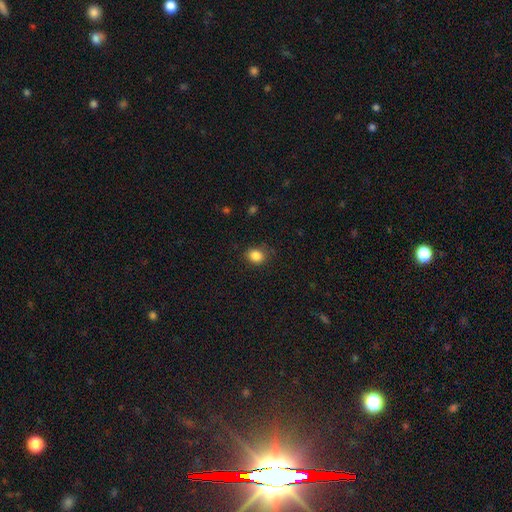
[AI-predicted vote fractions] A smooth galaxy with no disk features (85%) that is round (68%). Merging: none (82%).